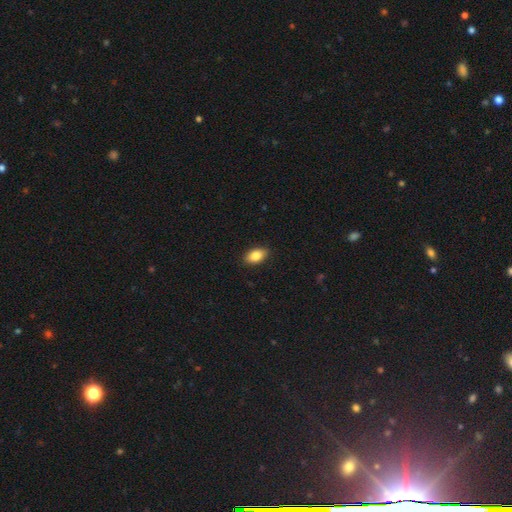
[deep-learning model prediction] Smooth or featured: smooth — 86% (star or artifact — 7%)
How rounded: in between — 92% (round — 6%)
Merging: none — 90% (minor disturbance — 7%)